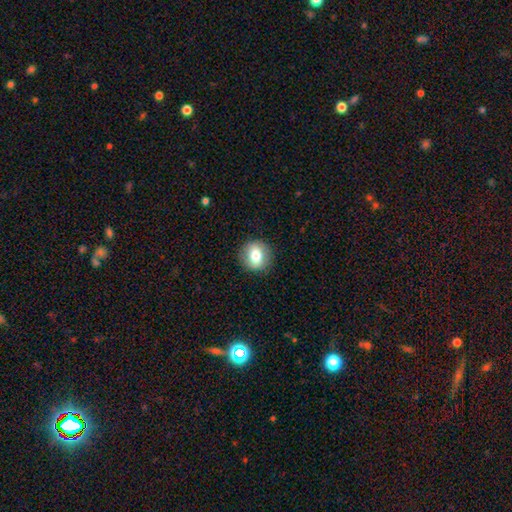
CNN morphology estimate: Smooth or featured? Predicted: smooth (p=0.74). How rounded? Predicted: round (p=0.83). Merging? Predicted: none (p=0.89).